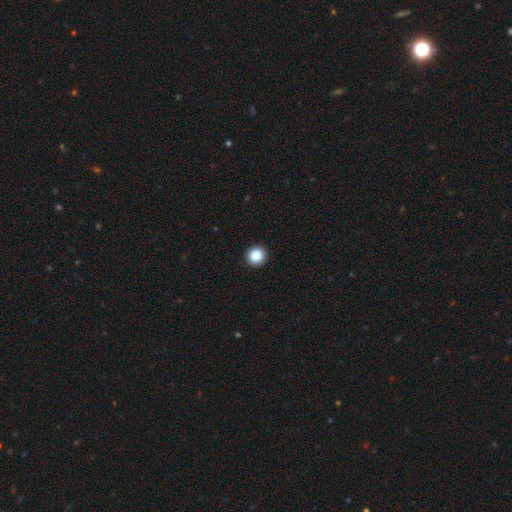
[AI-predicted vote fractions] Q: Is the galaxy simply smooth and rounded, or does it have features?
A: smooth — 86%.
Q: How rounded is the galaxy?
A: round — 93%.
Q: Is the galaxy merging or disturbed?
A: none — 93%.